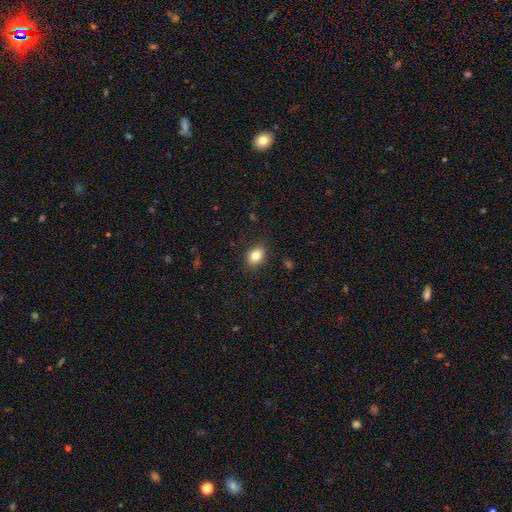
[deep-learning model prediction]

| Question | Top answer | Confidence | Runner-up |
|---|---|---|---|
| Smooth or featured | smooth | 83% | star or artifact (9%) |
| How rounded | in between | 68% | round (31%) |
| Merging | none | 88% | minor disturbance (9%) |